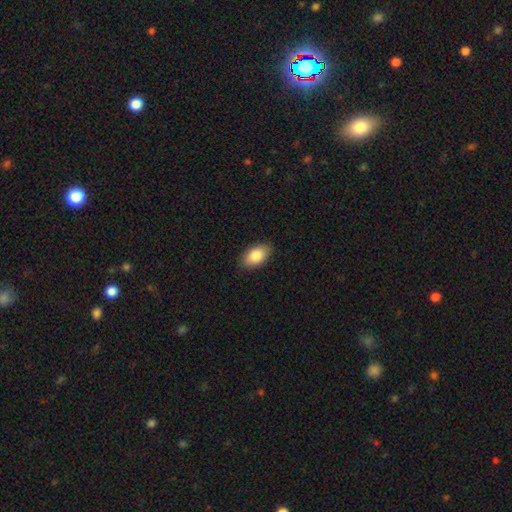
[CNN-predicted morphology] type=smooth (84%); roundness=in between (93%); merging=none (87%).